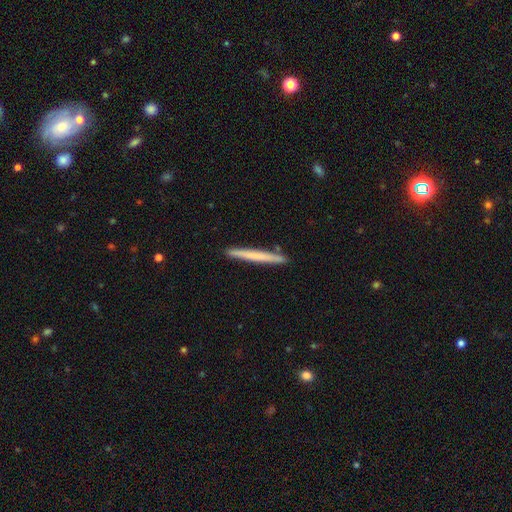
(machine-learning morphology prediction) smooth_or_featured: smooth (p=0.57) [alt: featured or disk p=0.37]
how_rounded: cigar-shaped (p=0.97) [alt: in between p=0.02]
merging: none (p=0.90) [alt: minor disturbance p=0.07]